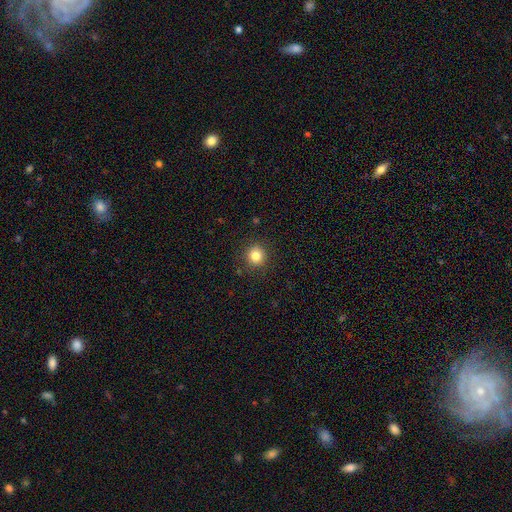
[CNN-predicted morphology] Smooth or featured: smooth — 83% (star or artifact — 12%)
How rounded: round — 92% (in between — 7%)
Merging: none — 90% (minor disturbance — 6%)